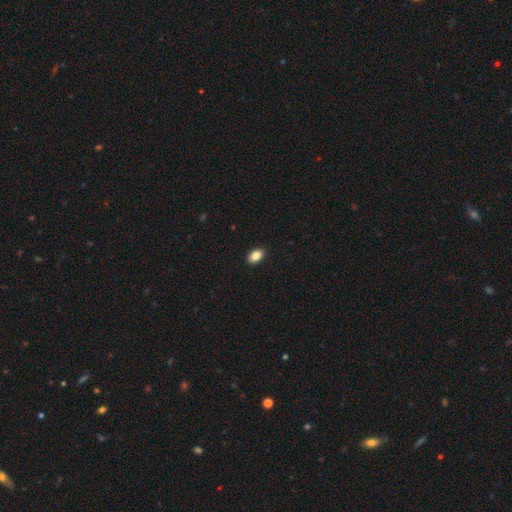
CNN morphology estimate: Smooth or featured?
  - smooth: 85% *
  - star or artifact: 8%
  - featured or disk: 7%
How rounded?
  - in between: 90% *
  - round: 9%
  - cigar-shaped: 2%
Merging?
  - none: 91% *
  - minor disturbance: 6%
  - major disturbance: 2%
  - merger: 1%